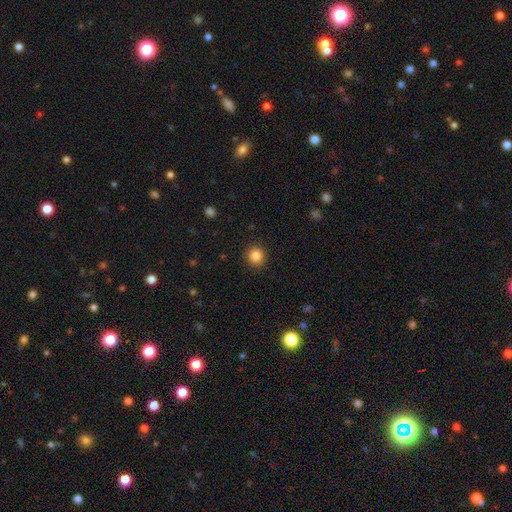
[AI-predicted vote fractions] A smooth galaxy with no disk features (86%) that is round (92%).

Vote fractions:
- Smooth or featured? smooth: 86% / star or artifact: 11% / featured or disk: 3%
- How rounded? round: 92% / in between: 7% / cigar-shaped: 1%
- Merging? none: 91% / minor disturbance: 6% / major disturbance: 2% / merger: 1%